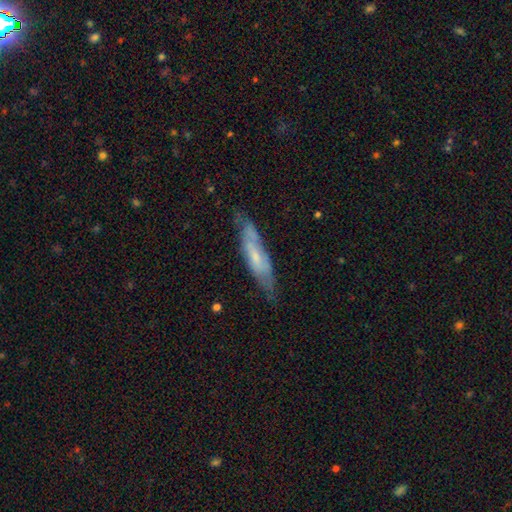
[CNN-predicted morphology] Smooth or featured: featured or disk — 57% (smooth — 36%)
Edge-on disk: no — 54% (yes — 46%)
Merging: none — 65% (minor disturbance — 24%)